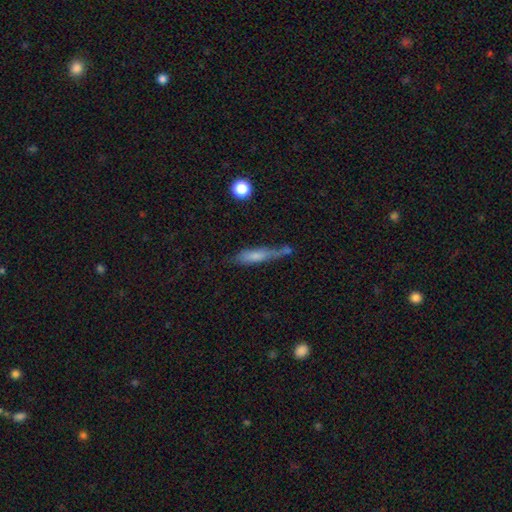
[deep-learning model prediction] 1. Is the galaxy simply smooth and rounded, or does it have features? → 62% smooth, 29% featured or disk, 9% star or artifact.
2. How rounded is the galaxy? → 78% cigar-shaped, 19% in between, 3% round.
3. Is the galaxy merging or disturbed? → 45% none, 26% minor disturbance, 16% merger, 13% major disturbance.